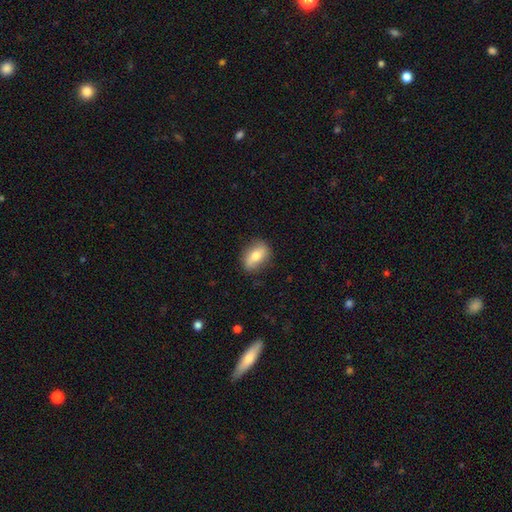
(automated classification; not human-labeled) Q: Smooth or featured?
A: smooth (62%); runner-up: featured or disk (31%)
Q: How rounded?
A: in between (77%); runner-up: round (16%)
Q: Merging?
A: none (82%); runner-up: minor disturbance (14%)